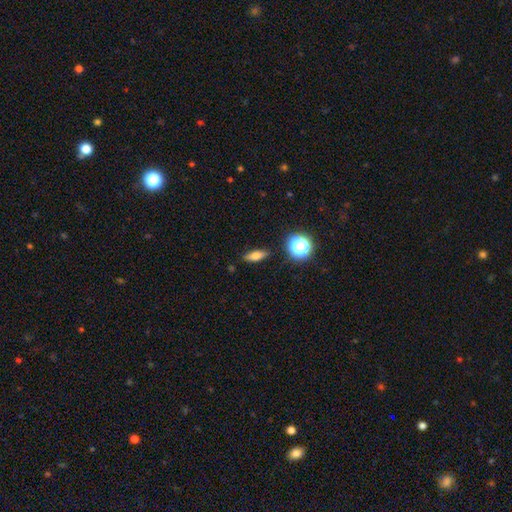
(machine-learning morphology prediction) Smooth or featured? Predicted: smooth (p=0.68). How rounded? Predicted: in between (p=0.56). Merging? Predicted: none (p=0.88).